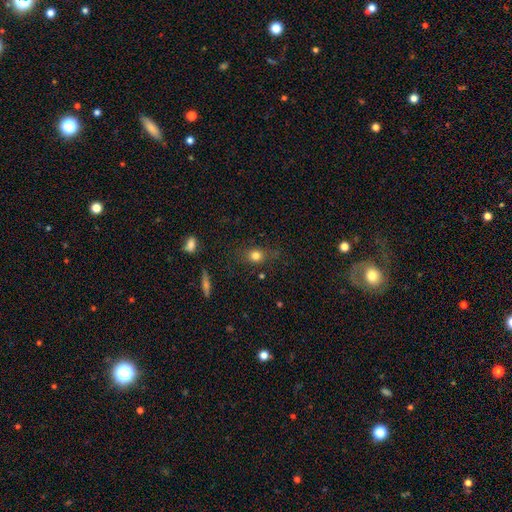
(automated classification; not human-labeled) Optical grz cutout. It shows a smooth galaxy with no disk features (78%) that is round (65%). Merging: none (74%).